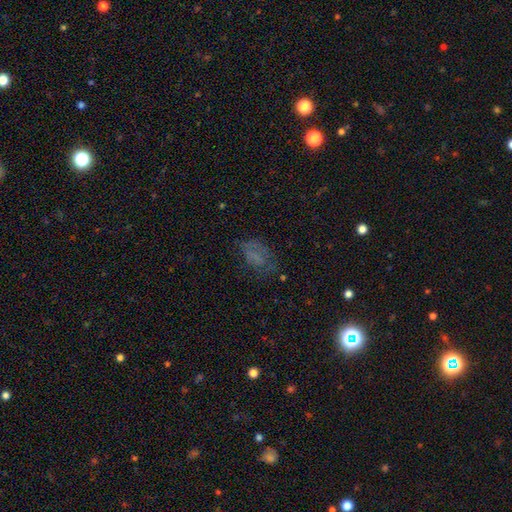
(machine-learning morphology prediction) Q: Smooth or featured?
A: smooth (48%); runner-up: featured or disk (27%)
Q: Merging?
A: none (55%); runner-up: minor disturbance (23%)